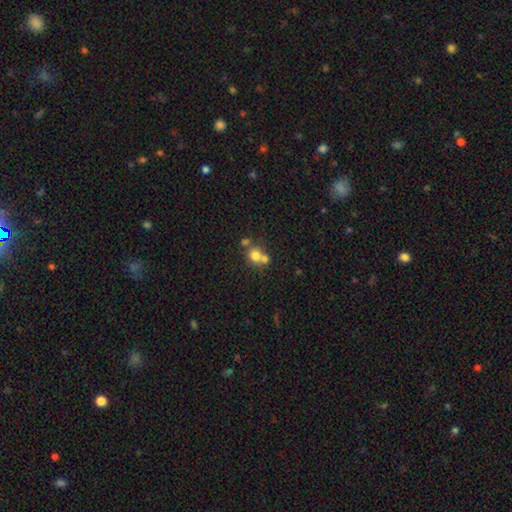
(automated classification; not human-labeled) smooth_or_featured: smooth (p=0.72) [alt: featured or disk p=0.15]
how_rounded: round (p=0.82) [alt: in between p=0.17]
merging: merger (p=0.46) [alt: none p=0.43]